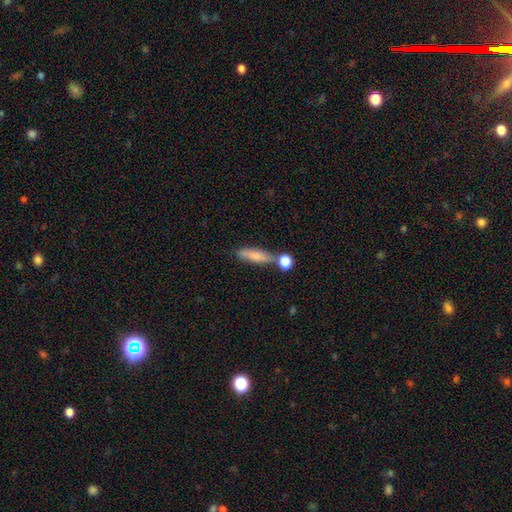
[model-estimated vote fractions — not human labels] This is likely a smooth galaxy (74%). How rounded: likely cigar-shaped (64%). Merging: possibly none (60%).